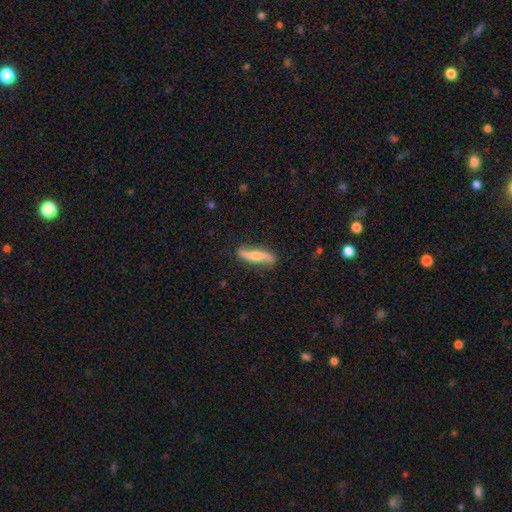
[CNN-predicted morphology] A featured or disk galaxy (53%). Merging: none (77%).